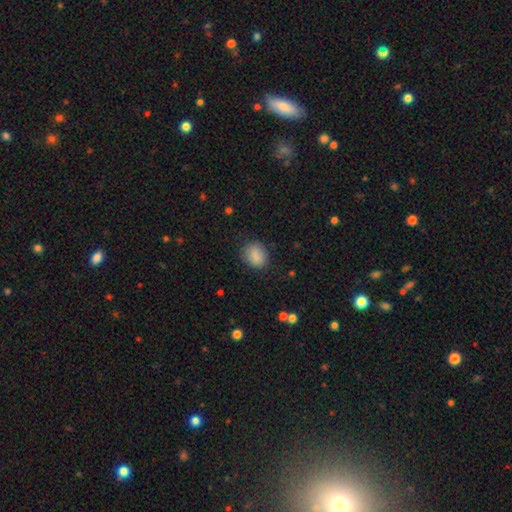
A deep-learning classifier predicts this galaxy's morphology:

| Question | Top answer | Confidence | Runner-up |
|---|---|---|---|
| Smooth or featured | smooth | 86% | star or artifact (9%) |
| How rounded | round | 51% | in between (47%) |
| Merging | none | 81% | minor disturbance (14%) |